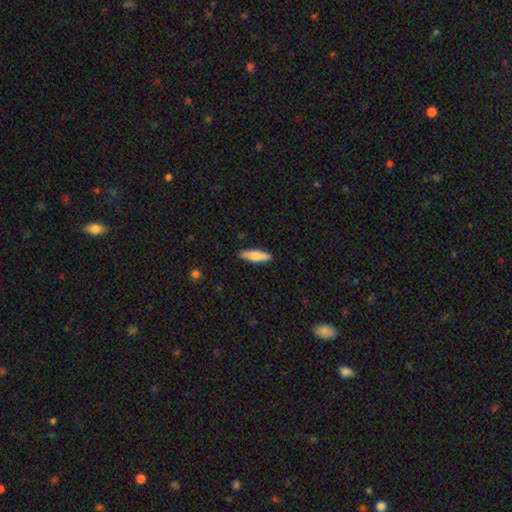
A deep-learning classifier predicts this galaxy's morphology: smooth_or_featured: smooth (p=0.69) [alt: featured or disk p=0.26]
how_rounded: cigar-shaped (p=0.65) [alt: in between p=0.33]
merging: none (p=0.90) [alt: minor disturbance p=0.08]